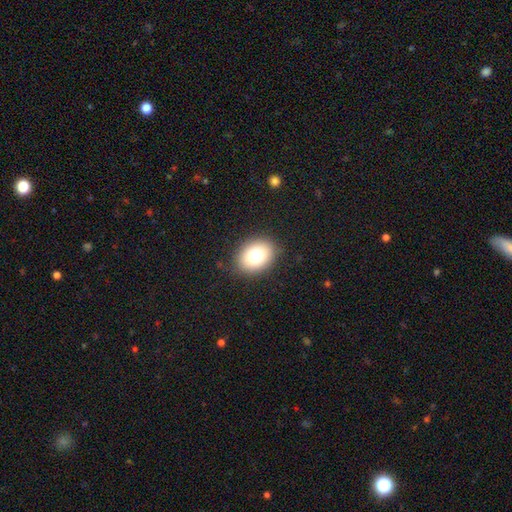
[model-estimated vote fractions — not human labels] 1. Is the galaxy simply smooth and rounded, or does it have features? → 78% smooth, 11% featured or disk, 11% star or artifact.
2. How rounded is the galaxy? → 63% in between, 36% round, 1% cigar-shaped.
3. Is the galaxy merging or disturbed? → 86% none, 10% minor disturbance, 3% major disturbance, 1% merger.